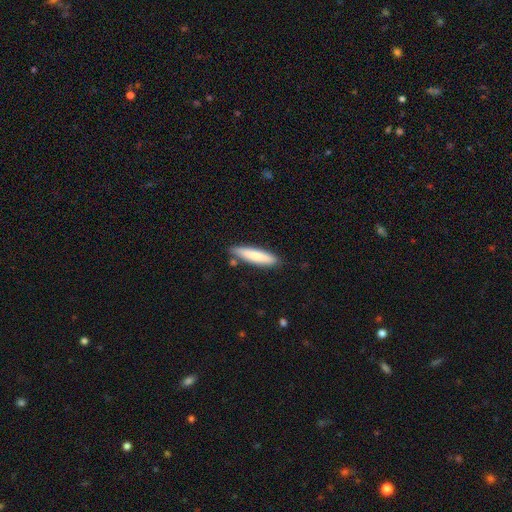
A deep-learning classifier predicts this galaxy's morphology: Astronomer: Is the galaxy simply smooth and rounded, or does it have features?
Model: smooth — 75%.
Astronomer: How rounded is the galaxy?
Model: cigar-shaped — 83%.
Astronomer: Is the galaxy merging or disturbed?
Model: none — 83%.